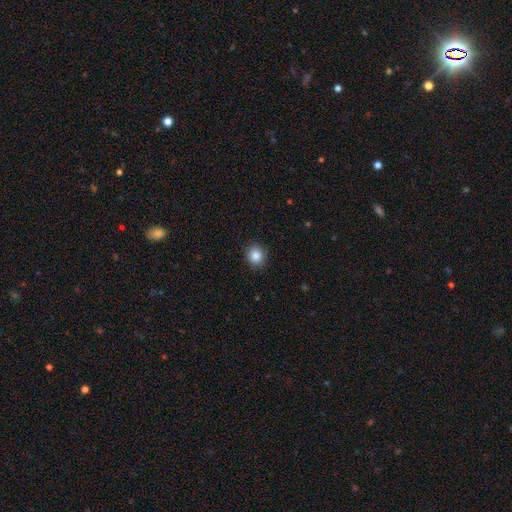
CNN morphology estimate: Smooth or featured?
  - smooth: 87% *
  - star or artifact: 10%
  - featured or disk: 4%
How rounded?
  - round: 86% *
  - in between: 13%
  - cigar-shaped: 1%
Merging?
  - none: 90% *
  - minor disturbance: 7%
  - major disturbance: 2%
  - merger: 1%